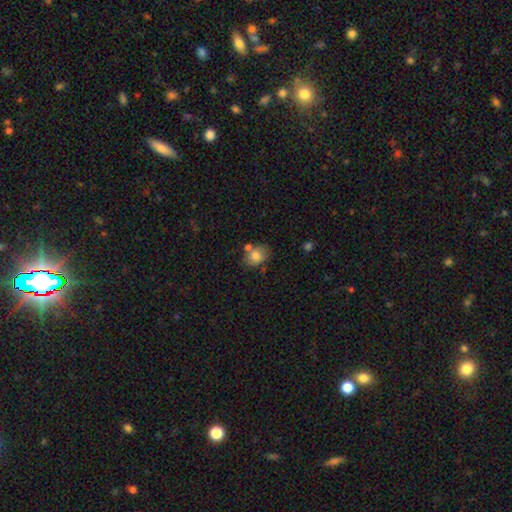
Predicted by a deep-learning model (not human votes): Overall: smooth (79%). How rounded: in between (58%; round 41%). Merging: none (64%).